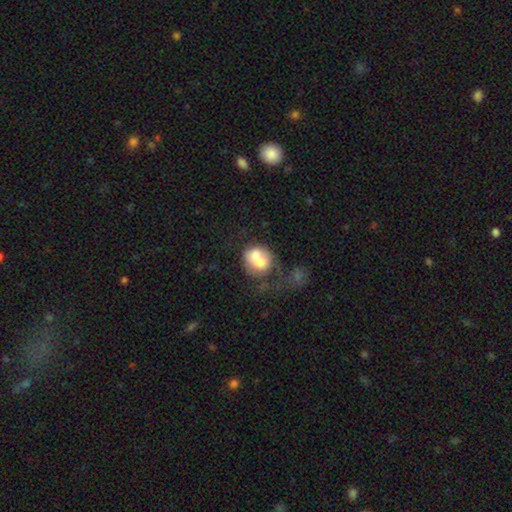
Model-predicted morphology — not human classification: smooth-or-featured: smooth: 60% | featured or disk: 32% | star or artifact: 8%
  how-rounded: round: 70% | in between: 29% | cigar-shaped: 1%
  merging: merger: 62% | none: 20% | major disturbance: 9% | minor disturbance: 9%